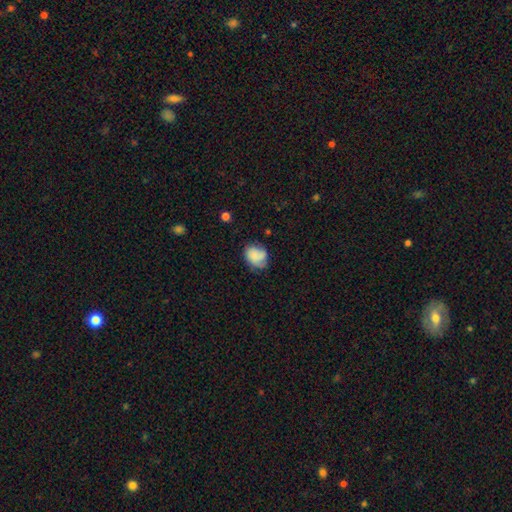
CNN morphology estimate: A smooth galaxy with no disk features (68%) that is in between round and cigar-shaped (54%). Merging: none (55%).